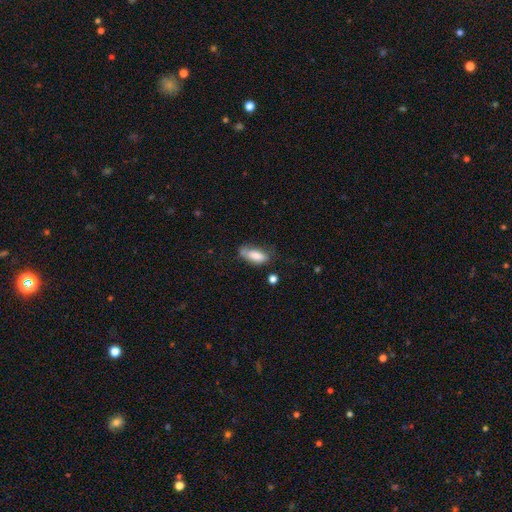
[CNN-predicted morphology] Smooth or featured? smooth (80%)
How rounded? in between (82%)
Merging? none (47%)